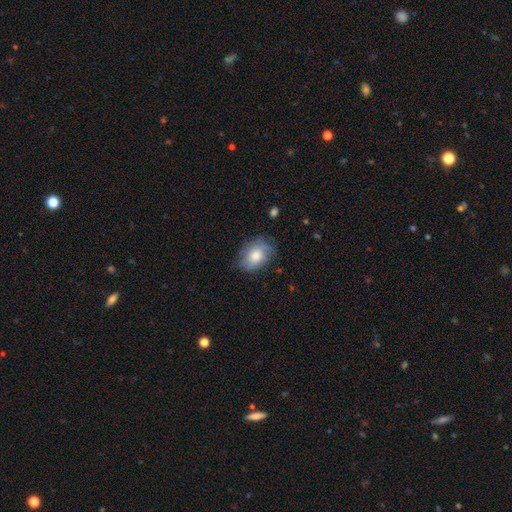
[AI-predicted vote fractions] Overall: smooth (70%). How rounded: in between (68%; round 31%). Merging: none (64%; minor disturbance 27%).